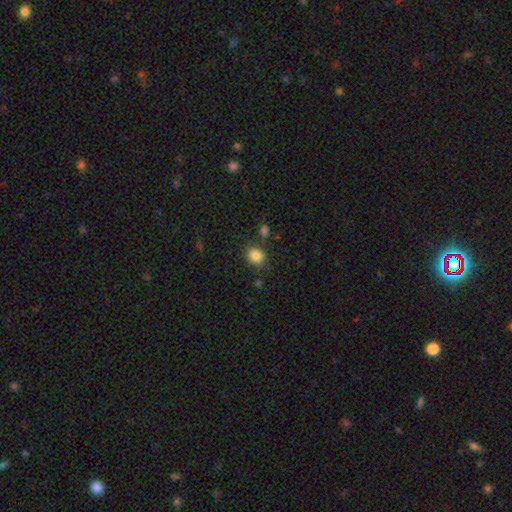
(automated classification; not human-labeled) smooth-or-featured: smooth: 84% | star or artifact: 11% | featured or disk: 5%
  how-rounded: round: 68% | in between: 31% | cigar-shaped: 1%
  merging: none: 80% | minor disturbance: 11% | merger: 6% | major disturbance: 3%